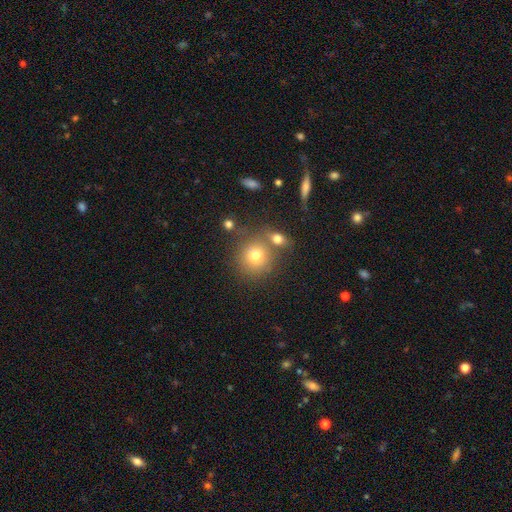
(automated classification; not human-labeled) This appears to be a smooth galaxy with no disk features (75%) that is round (88%). Merging: none (64%).